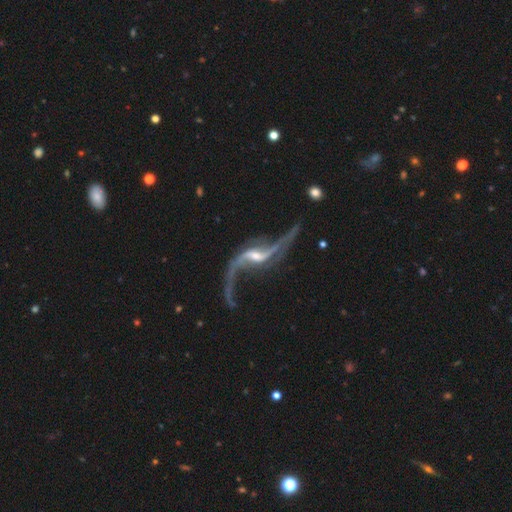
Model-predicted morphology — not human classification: This appears to be a featured or disk galaxy (92%) with a weak bar (42%), 2 (92%) loose (93%) spiral arms (96%) and a small central bulge (53%). Merging: none (55%).